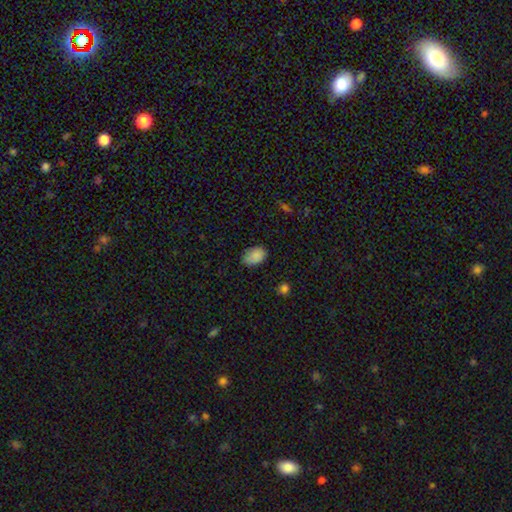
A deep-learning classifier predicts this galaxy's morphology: type=smooth (87%); roundness=in between (87%); merging=none (72%).